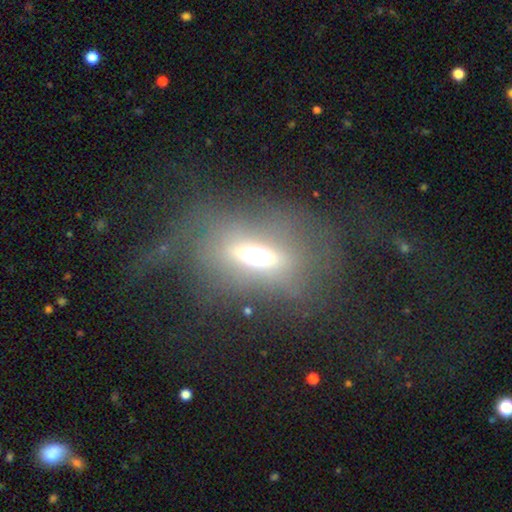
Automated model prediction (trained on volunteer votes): smooth_or_featured: smooth (p=0.41) [alt: featured or disk p=0.37]
merging: none (p=0.66) [alt: major disturbance p=0.17]